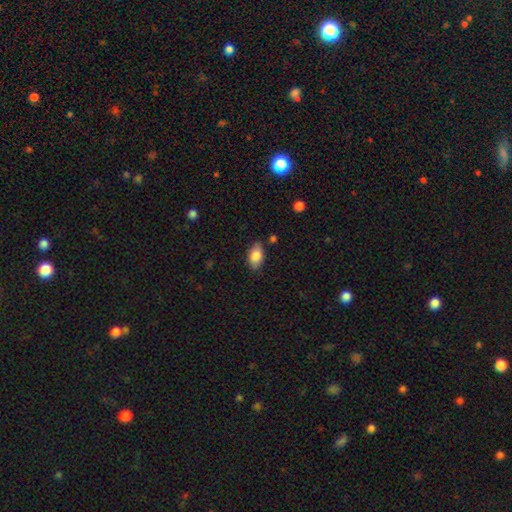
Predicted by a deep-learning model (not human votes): smooth_or_featured: smooth (p=0.84) [alt: featured or disk p=0.09]
how_rounded: in between (p=0.92) [alt: round p=0.06]
merging: none (p=0.82) [alt: minor disturbance p=0.13]